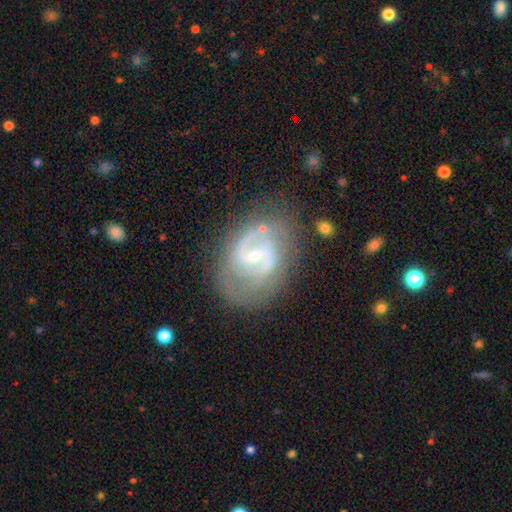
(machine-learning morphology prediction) smooth_or_featured: featured or disk (p=0.86) [alt: smooth p=0.08]
disk_edge_on: no (p=0.97) [alt: yes p=0.03]
bar: weak (p=0.52) [alt: no p=0.26]
has_spiral_arms: yes (p=0.94) [alt: no p=0.06]
spiral_winding: medium (p=0.55) [alt: tight p=0.24]
spiral_arm_count: 2 (p=0.79) [alt: can't tell p=0.09]
bulge_size: small (p=0.68) [alt: moderate p=0.27]
merging: none (p=0.69) [alt: minor disturbance p=0.19]